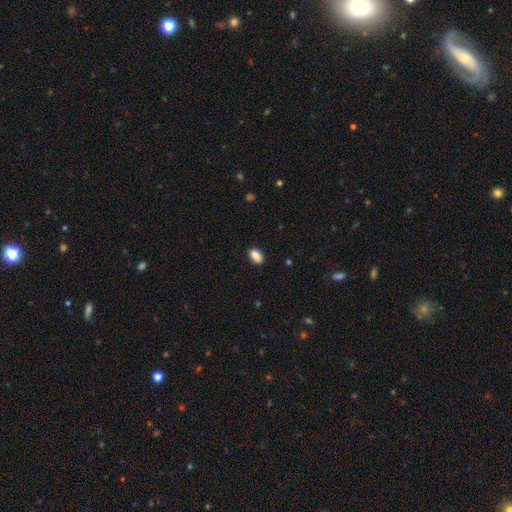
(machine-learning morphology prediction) Q: Smooth or featured?
A: smooth (88%); runner-up: star or artifact (8%)
Q: How rounded?
A: in between (90%); runner-up: round (8%)
Q: Merging?
A: none (87%); runner-up: minor disturbance (10%)